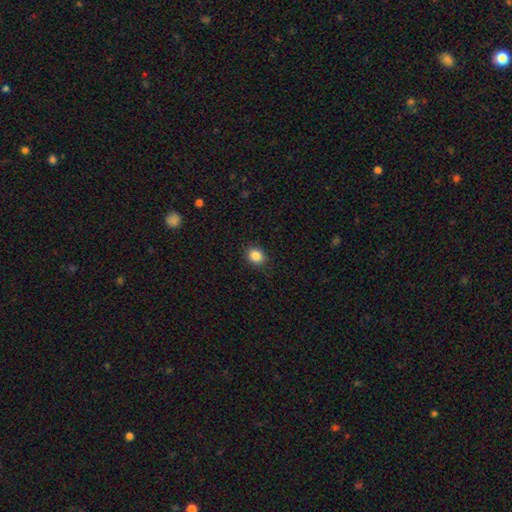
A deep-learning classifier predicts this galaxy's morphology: A smooth galaxy with no disk features (86%) that is round (63%). Merging: none (87%).